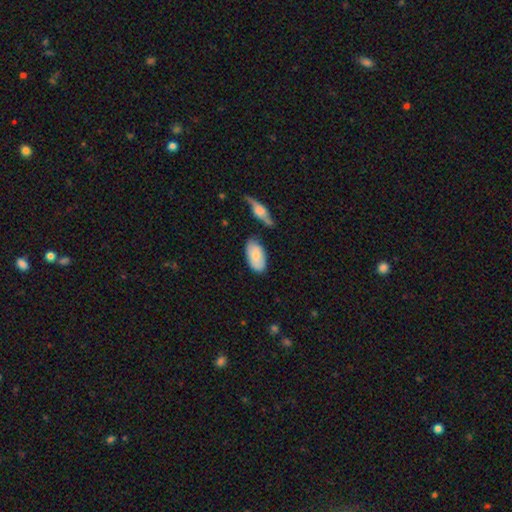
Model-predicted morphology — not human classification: This is likely a smooth galaxy (74%). How rounded: clearly in between (94%). Merging: likely none (68%).